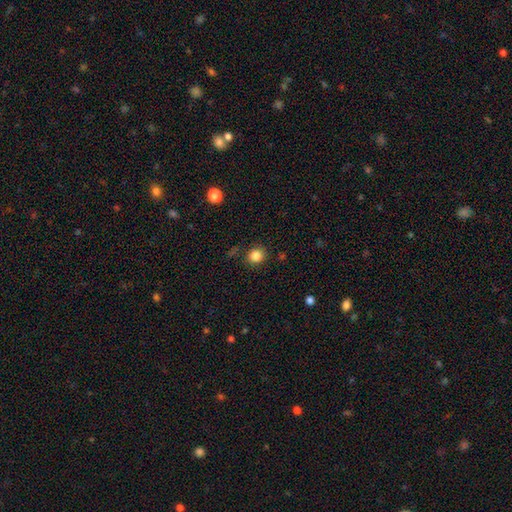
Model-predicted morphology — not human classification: The model was most divided on "how rounded": round: 82%, in between: 18%, cigar-shaped: 1%. More confident: smooth or featured — smooth (85%); merging — none (85%).